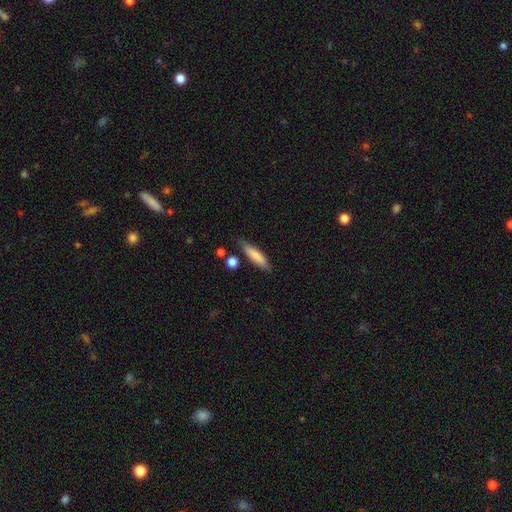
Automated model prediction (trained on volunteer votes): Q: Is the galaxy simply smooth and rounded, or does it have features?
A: smooth — 76%.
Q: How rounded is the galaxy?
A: cigar-shaped — 72%.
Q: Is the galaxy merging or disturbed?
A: none — 77%.